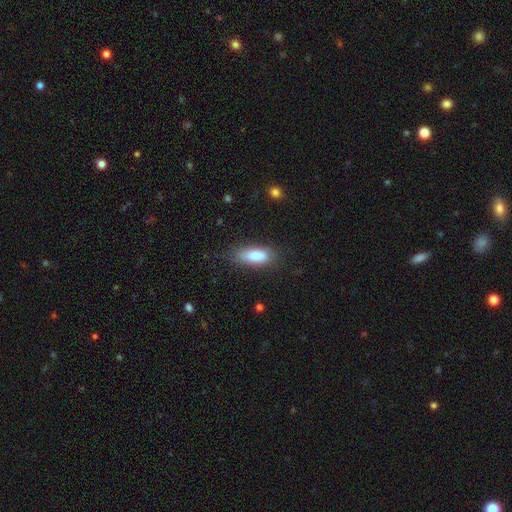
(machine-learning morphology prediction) type=smooth (81%); roundness=in between (72%); merging=none (78%).